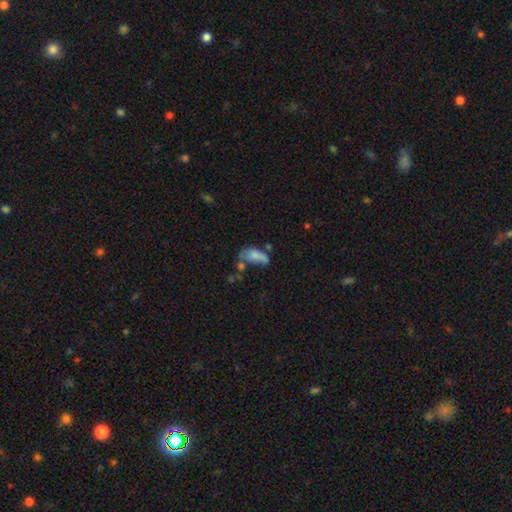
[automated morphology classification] Smooth or featured? smooth (68%)
How rounded? in between (84%)
Merging? none (27%)